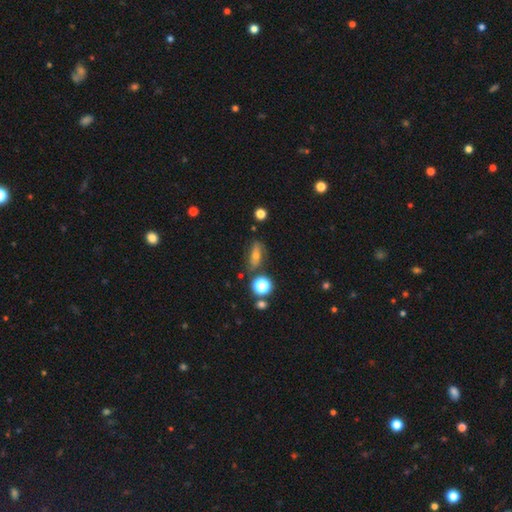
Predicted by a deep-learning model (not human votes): smooth-or-featured: smooth: 48% | featured or disk: 32% | star or artifact: 19%
  merging: none: 69% | minor disturbance: 19% | major disturbance: 7% | merger: 5%